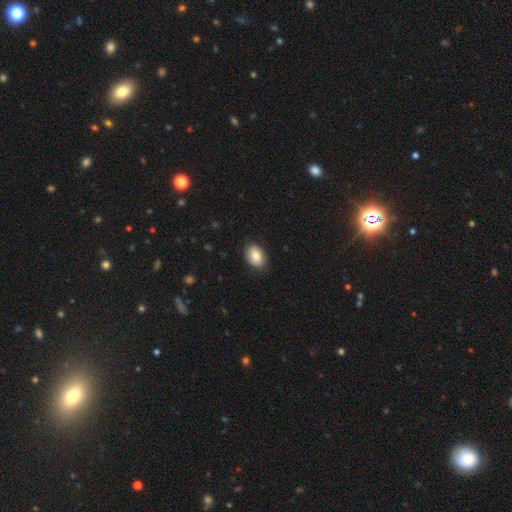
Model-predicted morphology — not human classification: This is clearly a smooth galaxy (82%). How rounded: clearly in between (84%). Merging: clearly none (84%).